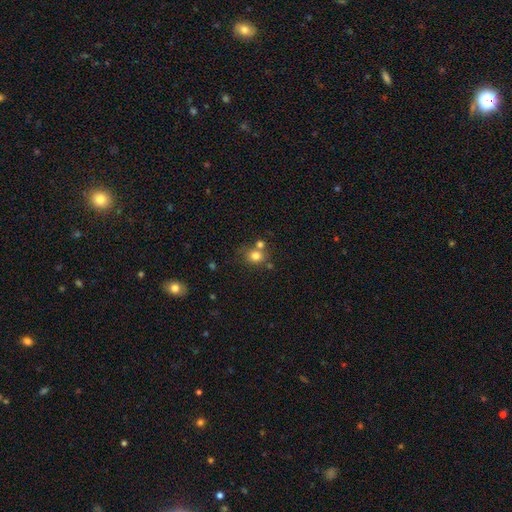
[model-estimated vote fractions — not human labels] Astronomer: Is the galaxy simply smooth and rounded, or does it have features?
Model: smooth — 78%.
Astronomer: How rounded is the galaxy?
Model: round — 75%.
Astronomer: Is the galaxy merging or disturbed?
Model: none — 56%.